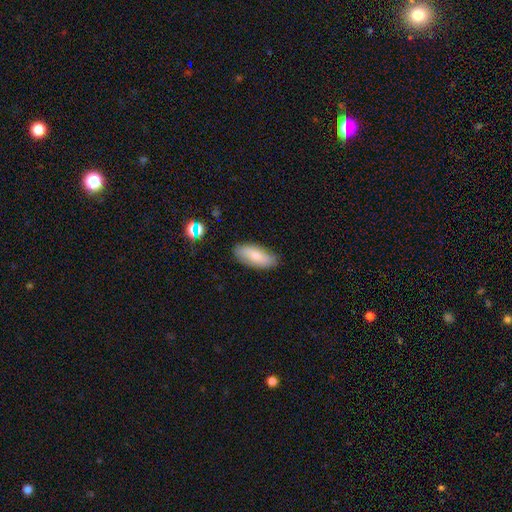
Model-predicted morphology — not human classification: A smooth galaxy with no disk features (74%) that is in between round and cigar-shaped (83%).

Vote fractions:
- Smooth or featured? smooth: 74% / featured or disk: 18% / star or artifact: 7%
- How rounded? in between: 83% / cigar-shaped: 14% / round: 2%
- Merging? none: 82% / minor disturbance: 14% / major disturbance: 3% / merger: 1%